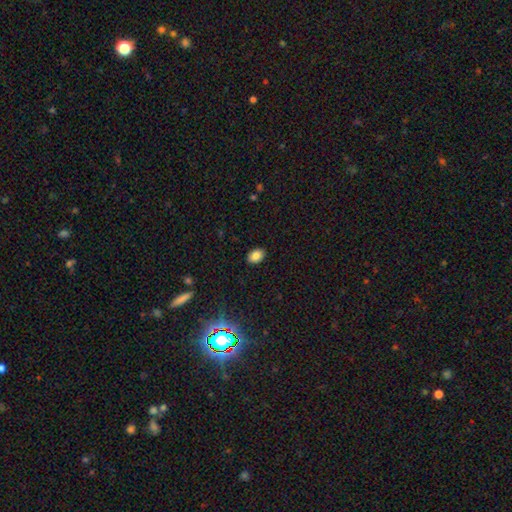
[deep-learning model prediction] smooth 84%, star or artifact 10%, featured or disk 5%. Down the decision tree: how rounded — in between (83%); merging — none (89%).